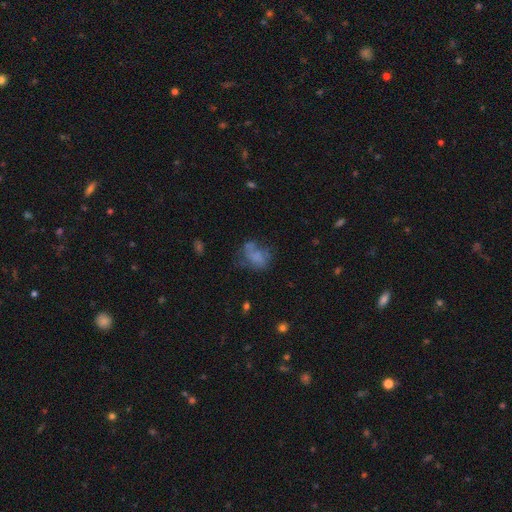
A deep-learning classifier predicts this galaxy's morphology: Smooth or featured?
  - smooth: 52% *
  - featured or disk: 33%
  - star or artifact: 14%
How rounded?
  - in between: 72% *
  - round: 26%
  - cigar-shaped: 2%
Merging?
  - none: 38% *
  - major disturbance: 29%
  - minor disturbance: 25%
  - merger: 8%